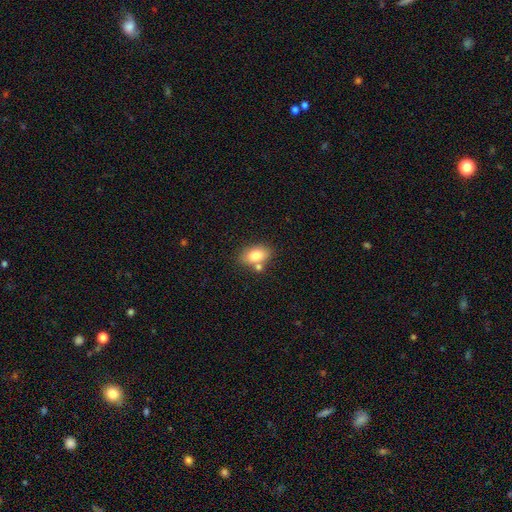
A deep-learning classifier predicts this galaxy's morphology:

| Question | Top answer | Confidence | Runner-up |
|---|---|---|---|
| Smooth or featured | smooth | 81% | featured or disk (11%) |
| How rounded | in between | 86% | round (12%) |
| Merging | none | 67% | merger (16%) |